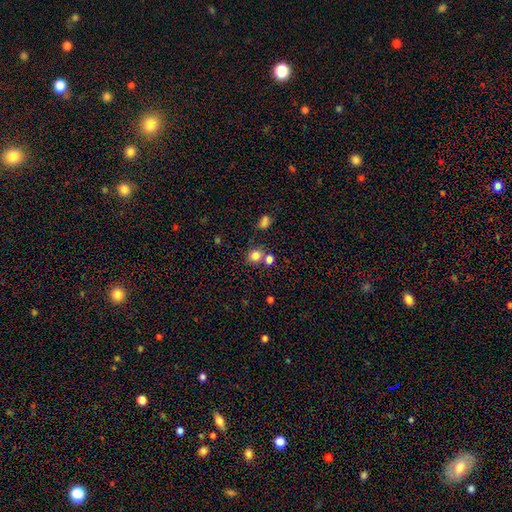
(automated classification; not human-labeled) smooth 80%, star or artifact 13%, featured or disk 7%. Down the decision tree: how rounded — round (81%); merging — none (60%).